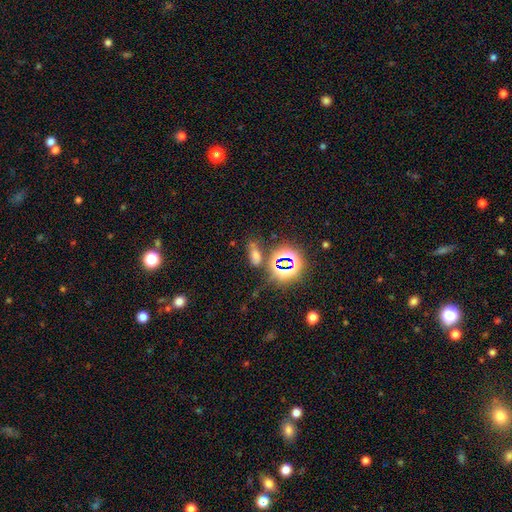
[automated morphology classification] smooth 51%, star or artifact 39%, featured or disk 10%. Down the decision tree: how rounded — in between (77%); merging — none (61%).